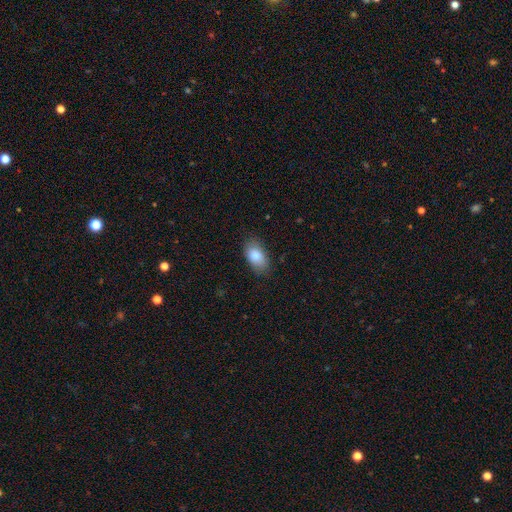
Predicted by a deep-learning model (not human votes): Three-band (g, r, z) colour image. It shows a smooth galaxy with no disk features (86%) that is in between round and cigar-shaped (93%). Merging: none (78%).